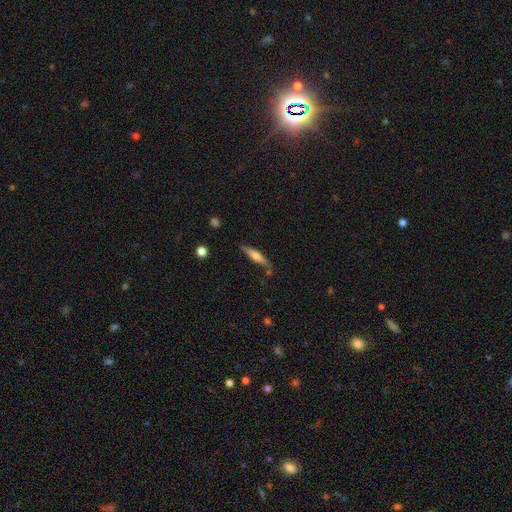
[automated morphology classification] This is possibly a featured or disk galaxy (58%). It is clearly viewed edge-on (95%). Edge-on bulge: likely rounded (76%). Merging: likely none (76%).